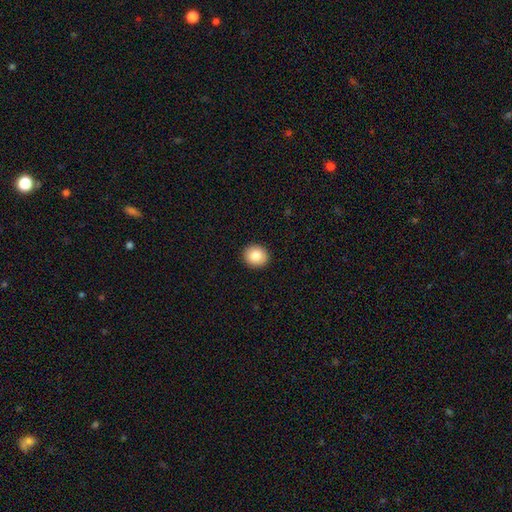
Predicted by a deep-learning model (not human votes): A smooth galaxy with no disk features (84%) that is round (78%).

Vote fractions:
- Smooth or featured? smooth: 84% / featured or disk: 8% / star or artifact: 8%
- How rounded? round: 78% / in between: 21% / cigar-shaped: 1%
- Merging? none: 93% / minor disturbance: 5% / major disturbance: 1% / merger: 1%